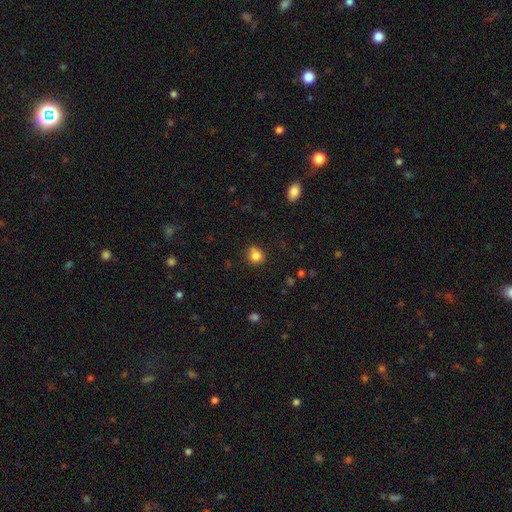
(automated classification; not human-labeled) Morphology: type=smooth (81%); roundness=round (84%); merging=none (68%).